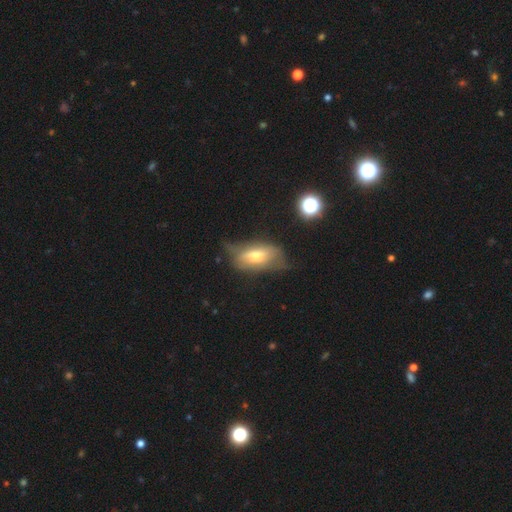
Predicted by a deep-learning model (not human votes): This is possibly a smooth galaxy (49%). Merging: marginally none (43%).